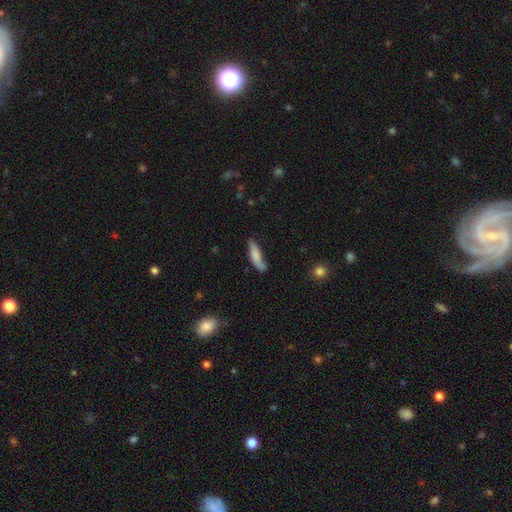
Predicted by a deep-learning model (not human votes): Q: Smooth or featured?
A: smooth (67%); runner-up: featured or disk (27%)
Q: How rounded?
A: cigar-shaped (65%); runner-up: in between (33%)
Q: Merging?
A: none (60%); runner-up: minor disturbance (28%)